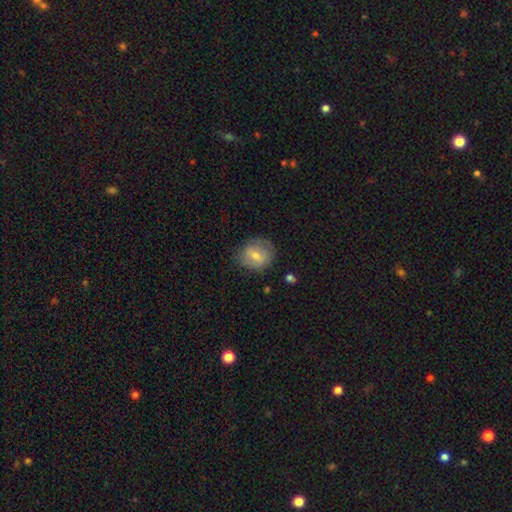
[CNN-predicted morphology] smooth-or-featured: smooth: 56% | featured or disk: 37% | star or artifact: 8%
  how-rounded: round: 72% | in between: 27% | cigar-shaped: 1%
  merging: none: 72% | minor disturbance: 20% | major disturbance: 7% | merger: 1%